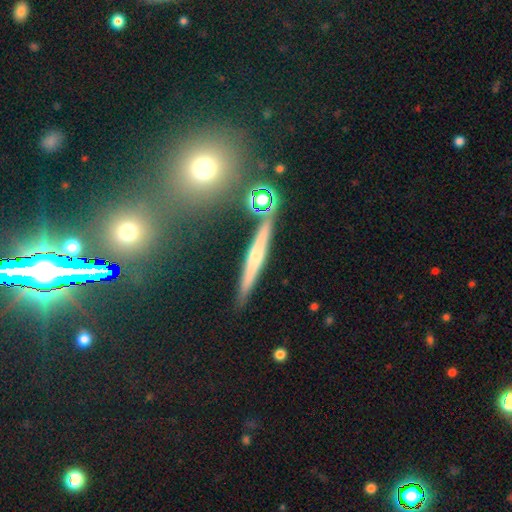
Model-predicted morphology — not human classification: Q: Smooth or featured?
A: featured or disk (56%); runner-up: smooth (32%)
Q: Edge-on disk?
A: yes (94%); runner-up: no (6%)
Q: Edge-on bulge?
A: rounded (60%); runner-up: none (30%)
Q: Merging?
A: none (86%); runner-up: minor disturbance (8%)